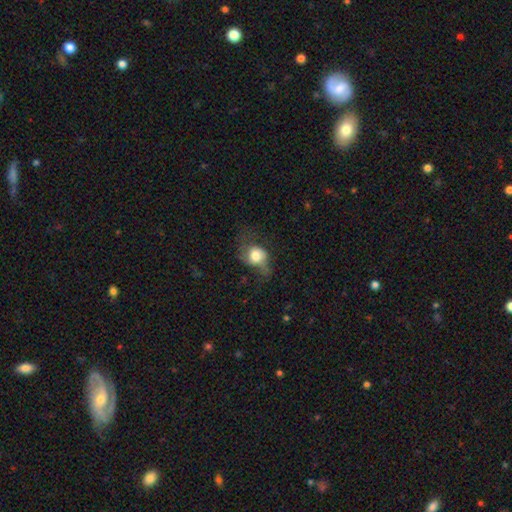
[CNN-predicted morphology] Smooth or featured? smooth (63%)
How rounded? round (56%)
Merging? none (36%)